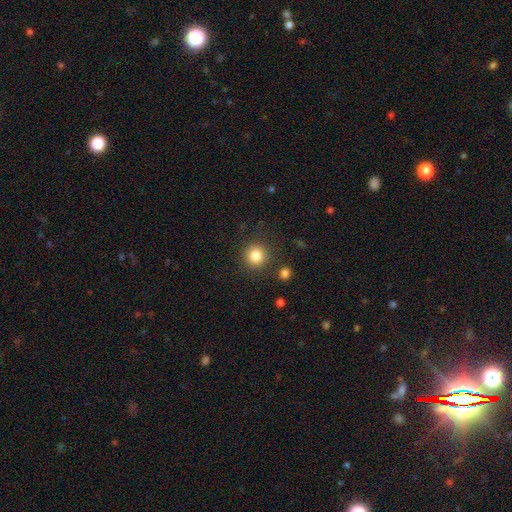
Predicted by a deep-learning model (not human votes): smooth 84%, star or artifact 10%, featured or disk 6%. Down the decision tree: how rounded — round (93%); merging — none (87%).